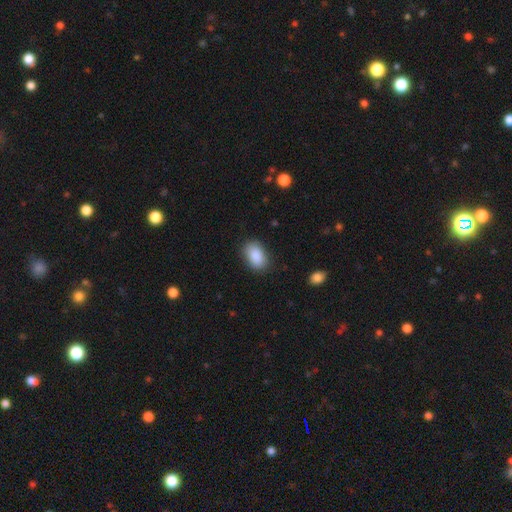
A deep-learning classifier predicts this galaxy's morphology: Overall: smooth (89%). How rounded: in between (90%). Merging: none (84%).